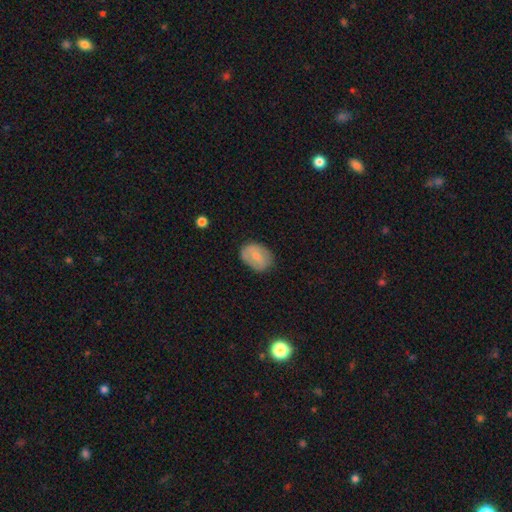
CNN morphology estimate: smooth 64%, featured or disk 29%, star or artifact 7%. Down the decision tree: how rounded — in between (72%); merging — none (75%).